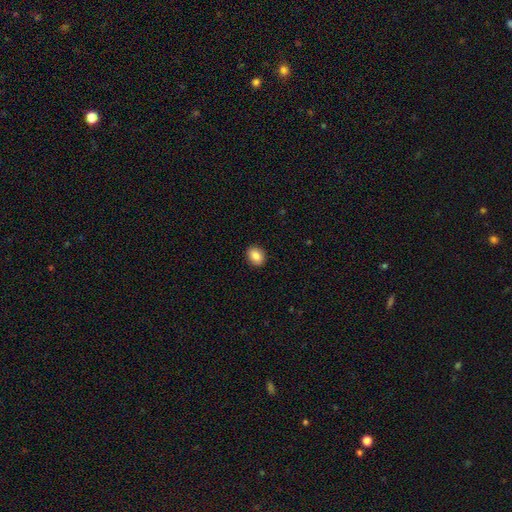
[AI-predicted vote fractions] smooth-or-featured: smooth: 86% | star or artifact: 8% | featured or disk: 5%
  how-rounded: in between: 53% | round: 46% | cigar-shaped: 1%
  merging: none: 91% | minor disturbance: 7% | major disturbance: 2% | merger: 1%